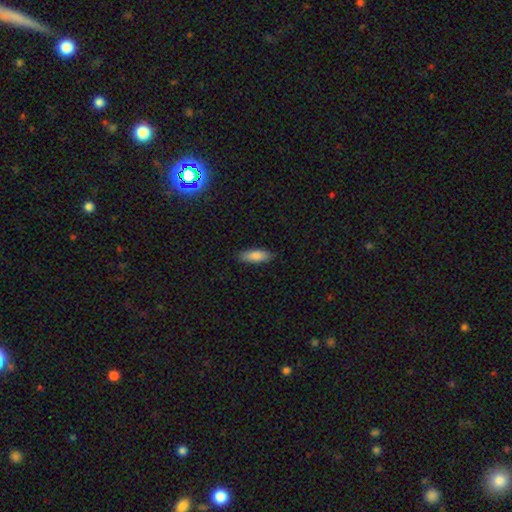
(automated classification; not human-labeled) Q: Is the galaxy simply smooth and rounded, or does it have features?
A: smooth — 85%.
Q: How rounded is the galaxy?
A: in between — 62%.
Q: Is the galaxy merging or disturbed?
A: none — 87%.